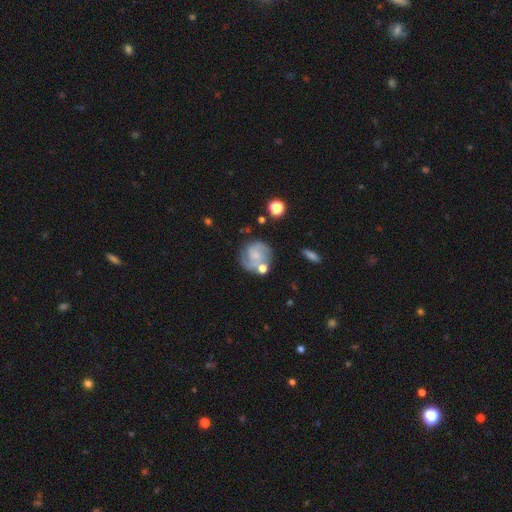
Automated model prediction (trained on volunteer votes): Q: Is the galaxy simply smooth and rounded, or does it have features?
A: featured or disk — 66%.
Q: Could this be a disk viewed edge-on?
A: no — 98%.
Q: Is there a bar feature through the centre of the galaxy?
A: no — 67%.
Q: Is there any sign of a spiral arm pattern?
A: yes — 90%.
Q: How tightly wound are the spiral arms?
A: medium — 42%.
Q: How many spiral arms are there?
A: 2 — 55%.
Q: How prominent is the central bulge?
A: small — 54%.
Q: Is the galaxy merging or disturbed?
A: none — 61%.